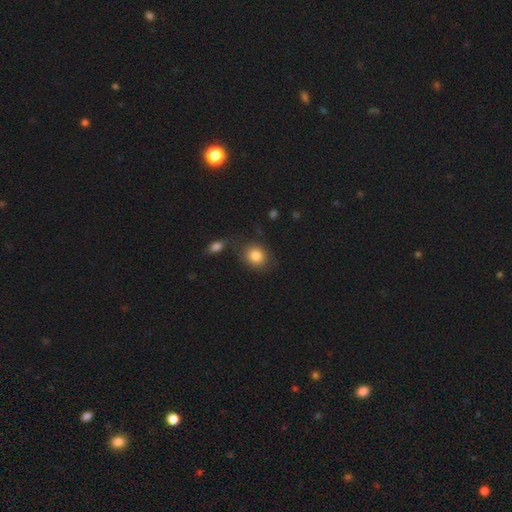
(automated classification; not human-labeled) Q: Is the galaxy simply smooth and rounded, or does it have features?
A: smooth — 83%.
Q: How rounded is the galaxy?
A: round — 64%.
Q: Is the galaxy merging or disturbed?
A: none — 74%.